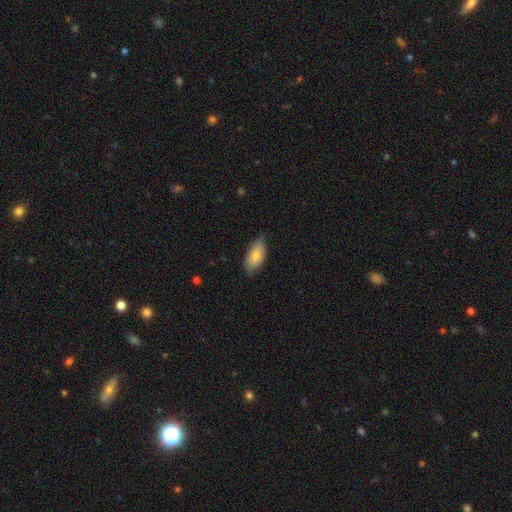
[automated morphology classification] Q: Smooth or featured?
A: smooth (80%); runner-up: featured or disk (14%)
Q: How rounded?
A: in between (93%); runner-up: cigar-shaped (5%)
Q: Merging?
A: none (72%); runner-up: minor disturbance (24%)